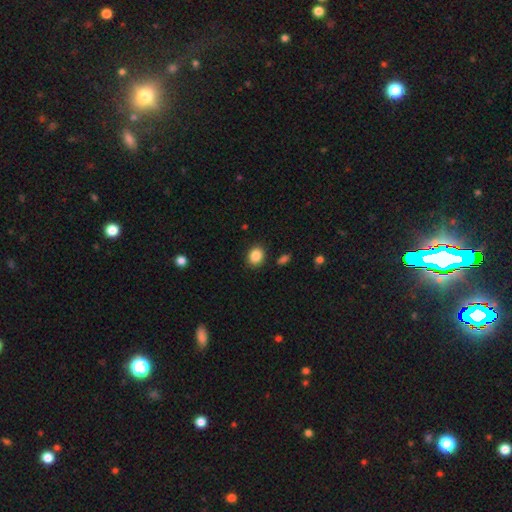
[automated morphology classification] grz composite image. It shows a smooth galaxy with no disk features (87%) that is round (56%). Merging: none (87%).